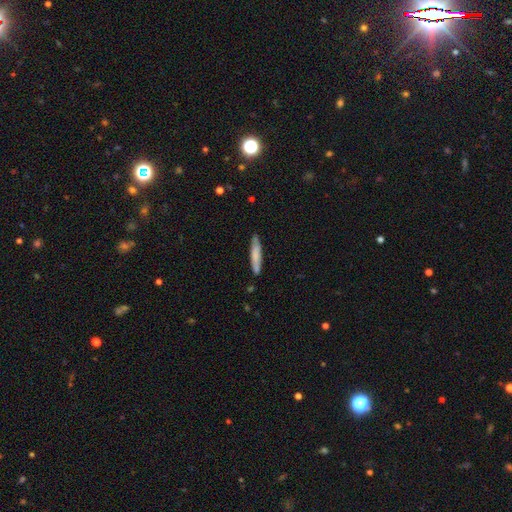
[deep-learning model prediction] Q: Smooth or featured?
A: smooth (73%); runner-up: featured or disk (21%)
Q: How rounded?
A: cigar-shaped (89%); runner-up: in between (10%)
Q: Merging?
A: none (83%); runner-up: minor disturbance (13%)